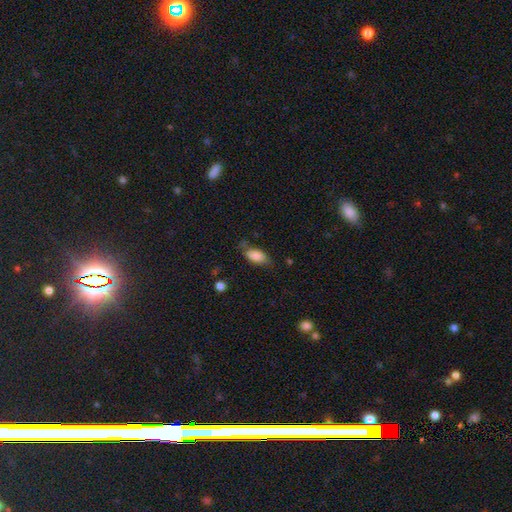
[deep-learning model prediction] smooth-or-featured: smooth: 82% | featured or disk: 11% | star or artifact: 8%
  how-rounded: in between: 90% | cigar-shaped: 6% | round: 4%
  merging: none: 62% | minor disturbance: 27% | major disturbance: 8% | merger: 3%